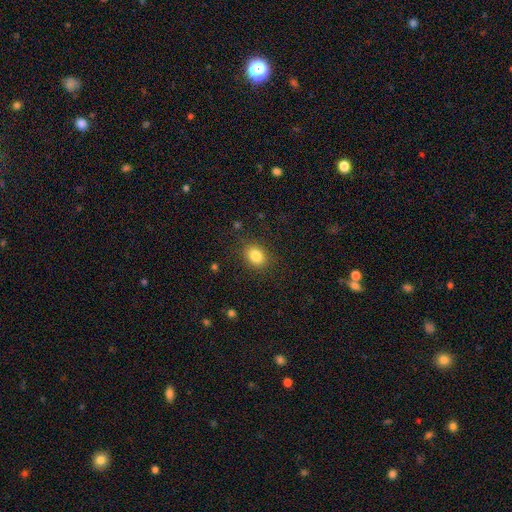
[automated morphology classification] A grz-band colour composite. It shows a smooth galaxy with no disk features (84%) that is in between round and cigar-shaped (53%). Merging: none (85%).